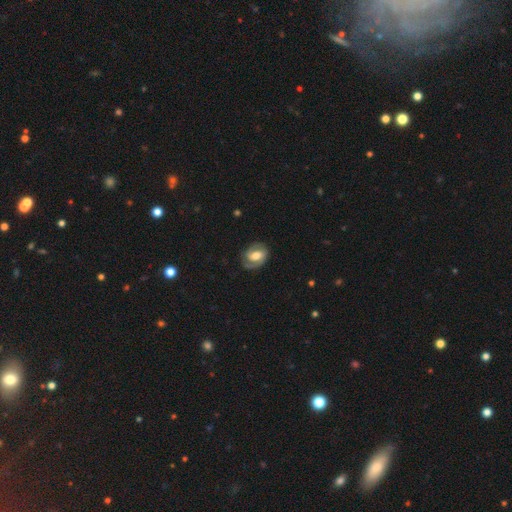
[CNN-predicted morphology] Overall: featured or disk (74%). Edge-on disk: no (97%). Bar: weak (46%; no 32%). Spiral arms: yes (89%). Spiral arm count: 2 (80%). Spiral winding: tight (46%; medium 41%). Bulge size: moderate (63%). Merging: none (75%).